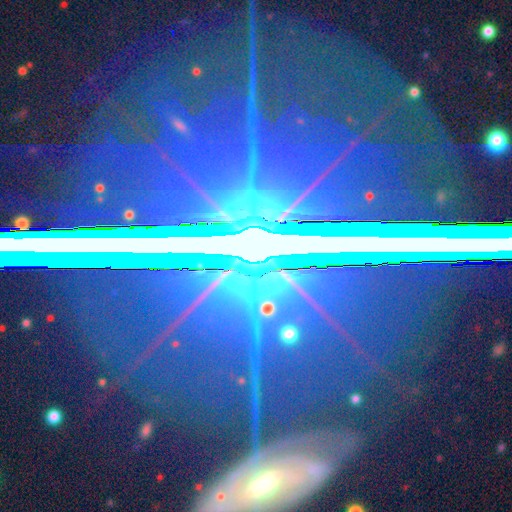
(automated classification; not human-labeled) smooth_or_featured: star or artifact (p=0.74) [alt: featured or disk p=0.19]